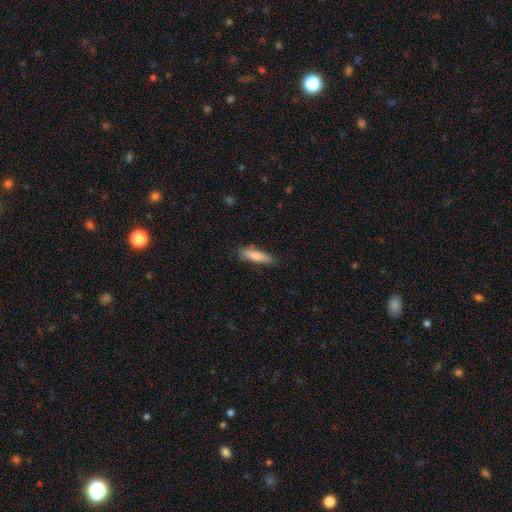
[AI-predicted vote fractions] A smooth galaxy with no disk features (80%) that is cigar-shaped (62%).

Vote fractions:
- Smooth or featured? smooth: 80% / featured or disk: 14% / star or artifact: 6%
- How rounded? cigar-shaped: 62% / in between: 37% / round: 2%
- Merging? none: 79% / minor disturbance: 17% / major disturbance: 3% / merger: 1%